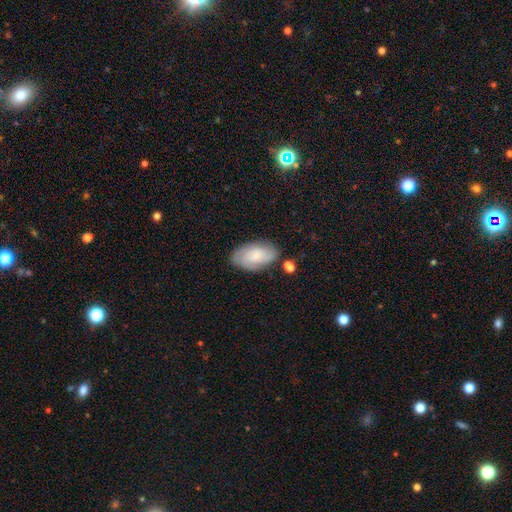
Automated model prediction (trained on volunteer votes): Overall: smooth (50%; featured or disk 42%). How rounded: in between (93%). Merging: none (71%).